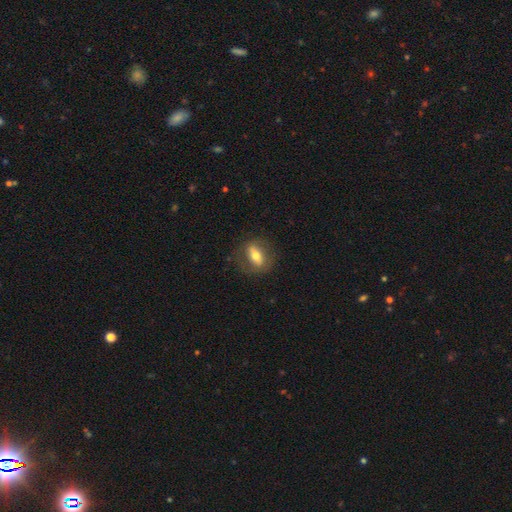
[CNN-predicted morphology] smooth_or_featured: smooth (p=0.51) [alt: featured or disk p=0.41]
how_rounded: in between (p=0.69) [alt: round p=0.17]
merging: none (p=0.76) [alt: minor disturbance p=0.15]